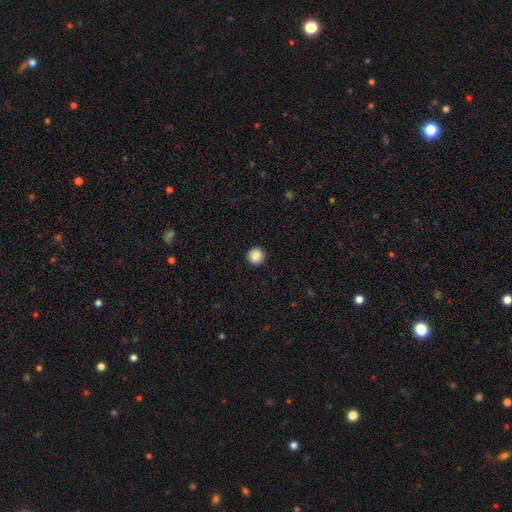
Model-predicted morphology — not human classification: Q: Smooth or featured?
A: smooth (88%); runner-up: star or artifact (9%)
Q: How rounded?
A: round (96%); runner-up: in between (3%)
Q: Merging?
A: none (93%); runner-up: minor disturbance (4%)